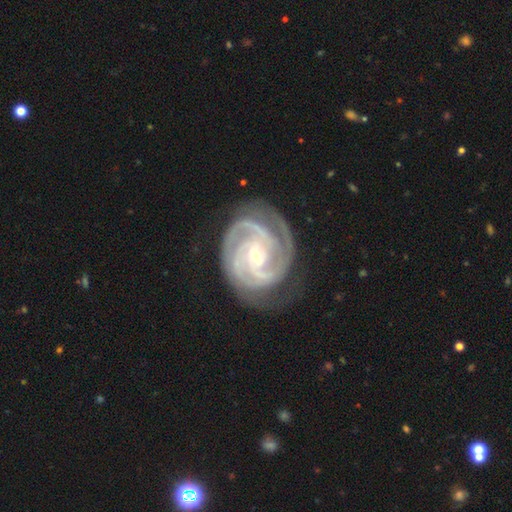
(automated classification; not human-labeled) Morphology: type=featured or disk (93%); edge-on=no (98%); bar=weak (42%); spiral arms=yes (99%); winding=tight (73%); arm count=3 (44%); bulge=small (62%); merging=none (74%).